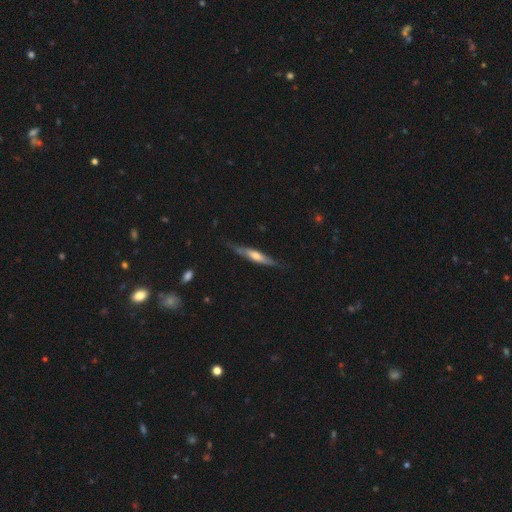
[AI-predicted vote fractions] Overall: featured or disk (54%; smooth 40%). Edge-on disk: yes (87%). Merging: none (70%).